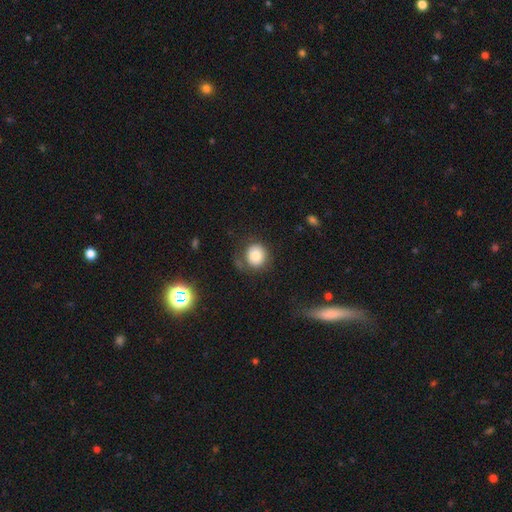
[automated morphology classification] smooth 76%, featured or disk 14%, star or artifact 10%. Down the decision tree: how rounded — round (87%); merging — none (69%).